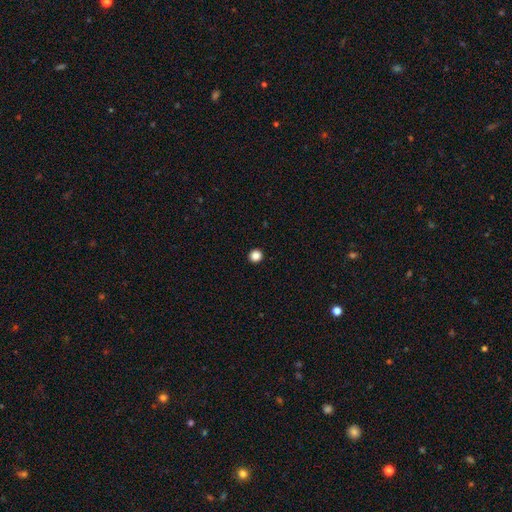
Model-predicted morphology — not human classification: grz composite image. It shows a smooth galaxy with no disk features (86%) that is round (94%). Merging: none (94%).